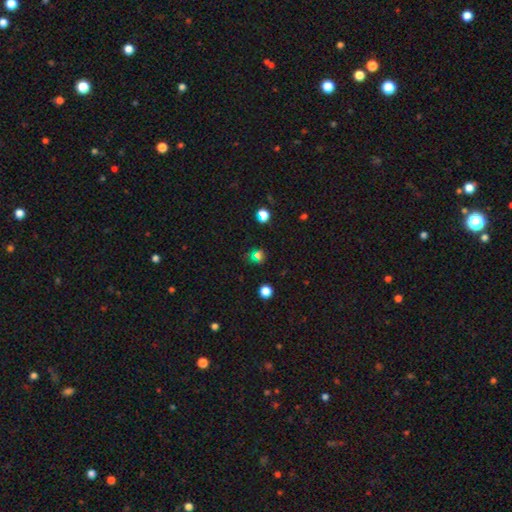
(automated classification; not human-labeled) Smooth or featured: smooth — 63% (star or artifact — 28%)
How rounded: round — 83% (in between — 16%)
Merging: none — 75% (minor disturbance — 14%)